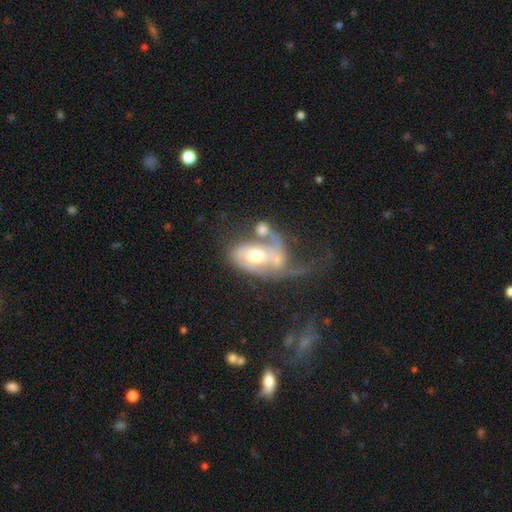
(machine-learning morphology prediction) featured or disk 74%, smooth 19%, star or artifact 7%. Down the decision tree: edge-on disk — no (96%); bar — no (61%); spiral arms — yes (78%); spiral arm count — 2 (47%); spiral winding — medium (38%); bulge size — moderate (70%); merging — merger (35%, tied with major disturbance).